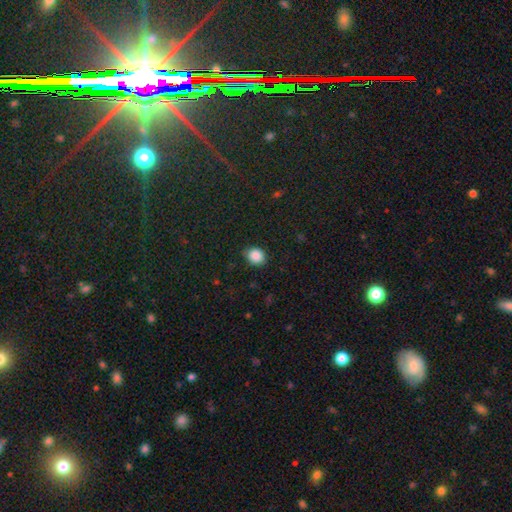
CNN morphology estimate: A smooth galaxy with no disk features (88%) that is round (66%). Merging: none (86%).